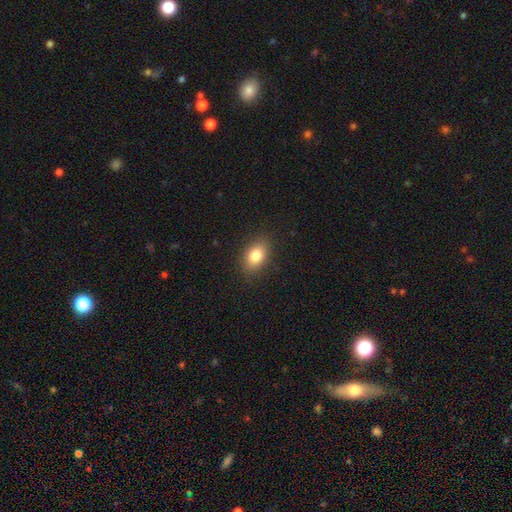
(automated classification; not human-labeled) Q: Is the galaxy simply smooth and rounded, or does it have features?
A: smooth — 82%.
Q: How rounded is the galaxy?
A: in between — 82%.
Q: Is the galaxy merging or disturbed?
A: none — 87%.